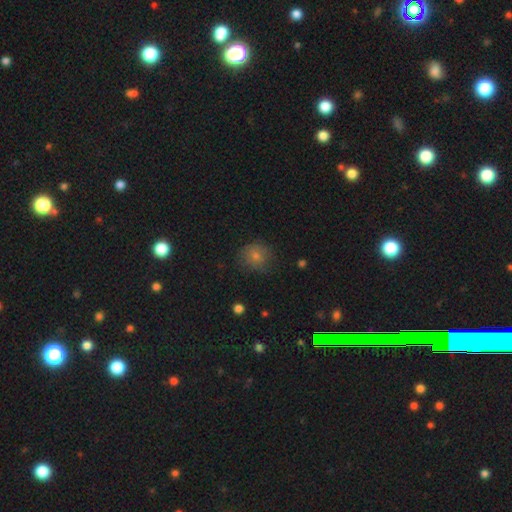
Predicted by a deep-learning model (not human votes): This appears to be a smooth galaxy with no disk features (66%) that is round (87%). Merging: none (78%).